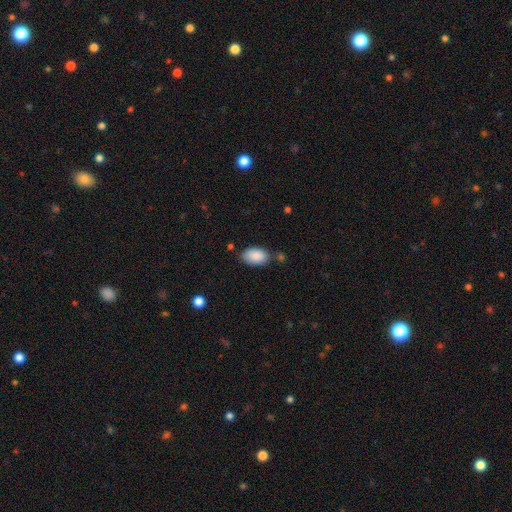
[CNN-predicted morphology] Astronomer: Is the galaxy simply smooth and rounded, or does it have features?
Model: smooth — 89%.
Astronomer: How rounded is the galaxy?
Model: in between — 94%.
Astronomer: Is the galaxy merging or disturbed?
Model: none — 74%.